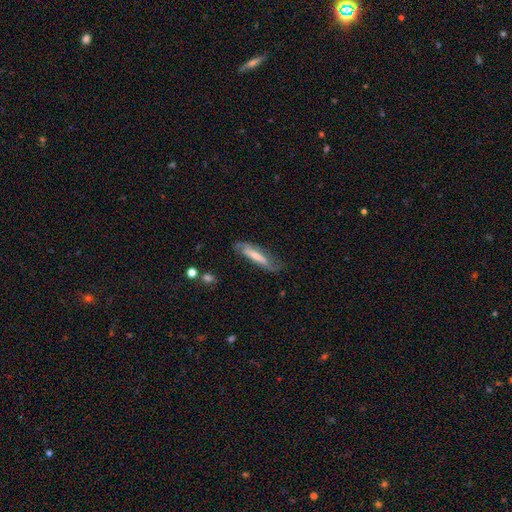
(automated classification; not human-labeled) Smooth or featured?
  - featured or disk: 53% *
  - smooth: 40%
  - star or artifact: 7%
Edge-on disk?
  - yes: 55% *
  - no: 45%
Merging?
  - none: 68% *
  - minor disturbance: 22%
  - major disturbance: 8%
  - merger: 2%